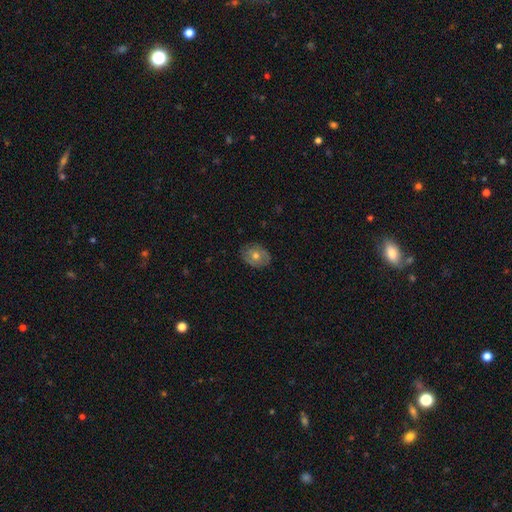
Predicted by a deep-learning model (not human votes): Smooth or featured?
  - smooth: 57% *
  - featured or disk: 34%
  - star or artifact: 8%
How rounded?
  - in between: 58% *
  - round: 41%
  - cigar-shaped: 1%
Merging?
  - none: 84% *
  - minor disturbance: 13%
  - major disturbance: 3%
  - merger: 1%